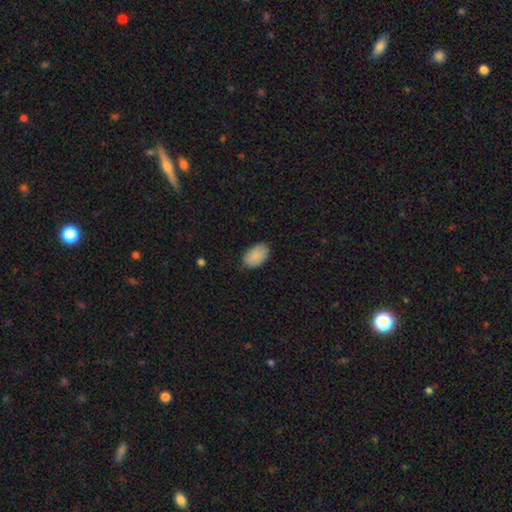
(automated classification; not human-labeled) smooth_or_featured: smooth (p=0.88) [alt: star or artifact p=0.07]
how_rounded: in between (p=0.92) [alt: round p=0.07]
merging: none (p=0.84) [alt: minor disturbance p=0.13]